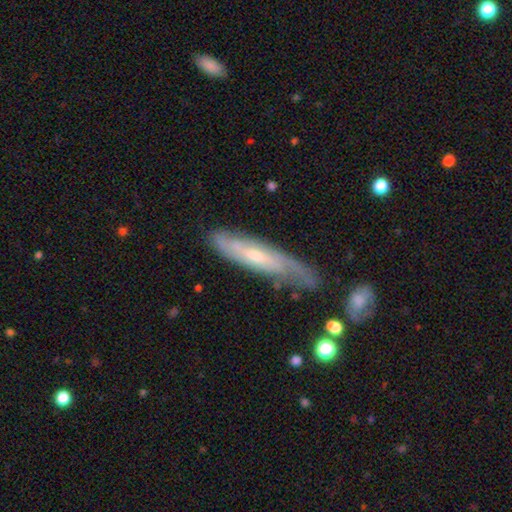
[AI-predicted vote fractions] Smooth or featured? featured or disk (65%)
Edge-on disk? no (55%)
Merging? none (61%)